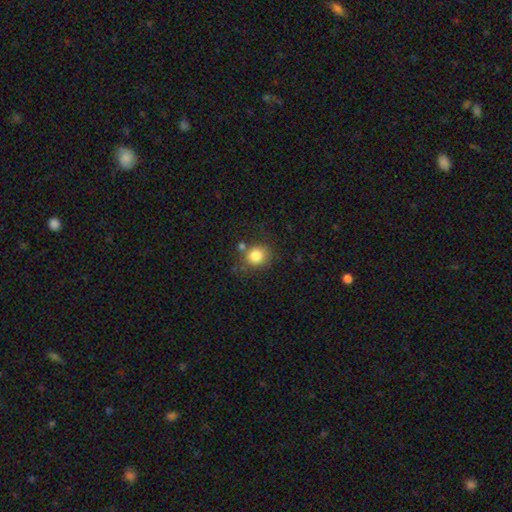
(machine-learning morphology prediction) The model was most divided on "merging": none: 70%, minor disturbance: 15%, merger: 10%, major disturbance: 5%. More confident: smooth or featured — smooth (83%); how rounded — round (80%).